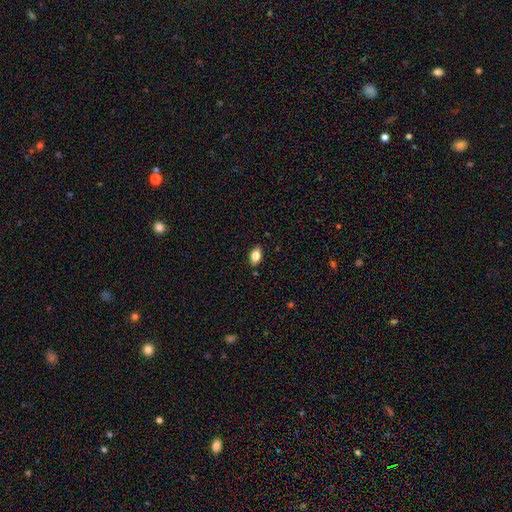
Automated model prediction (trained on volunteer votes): A smooth galaxy with no disk features (79%) that is in between round and cigar-shaped (88%). Merging: none (86%).